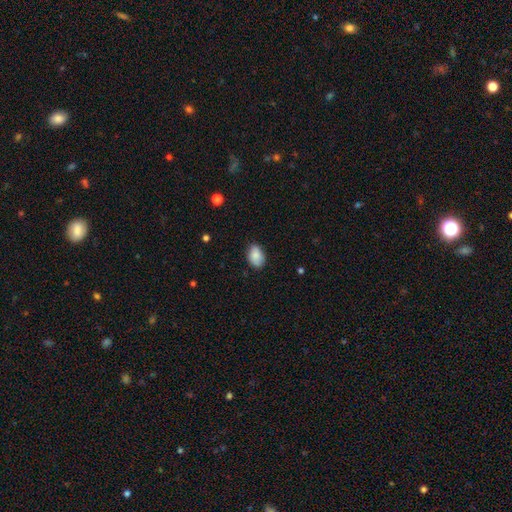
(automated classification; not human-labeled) Smooth or featured? Predicted: smooth (p=0.84). How rounded? Predicted: in between (p=0.85). Merging? Predicted: none (p=0.78).